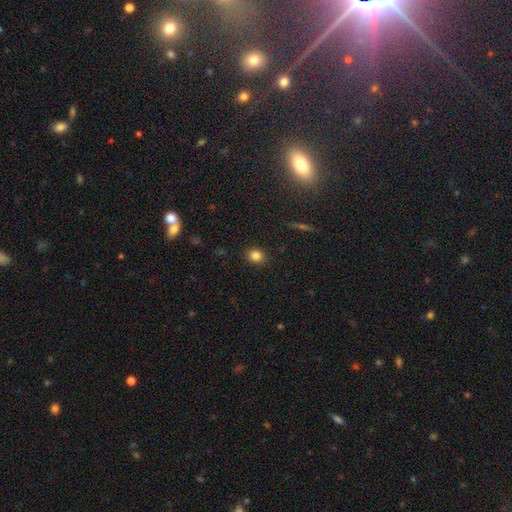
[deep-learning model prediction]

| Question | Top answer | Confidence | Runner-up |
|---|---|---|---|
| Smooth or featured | smooth | 83% | star or artifact (12%) |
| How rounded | round | 71% | in between (27%) |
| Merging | none | 90% | minor disturbance (7%) |